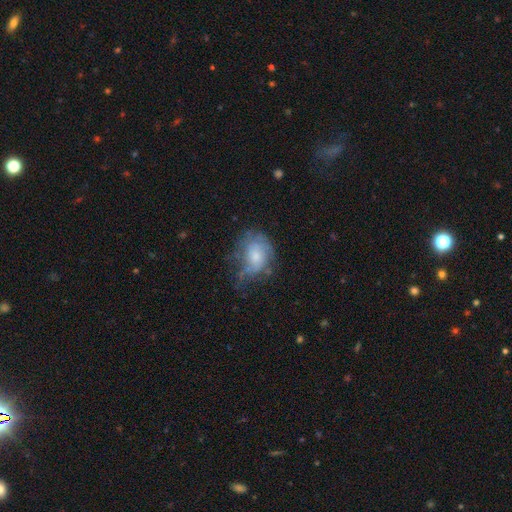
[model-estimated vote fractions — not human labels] This is possibly a featured or disk galaxy (45%, tied with smooth). Merging: marginally none (37%).